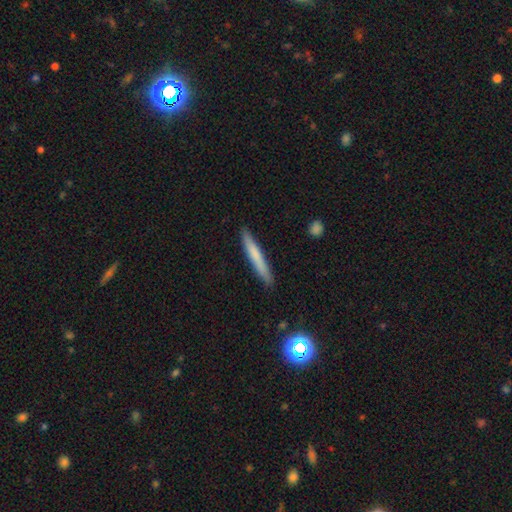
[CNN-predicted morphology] Q: Smooth or featured?
A: smooth (67%); runner-up: featured or disk (26%)
Q: How rounded?
A: cigar-shaped (95%); runner-up: in between (3%)
Q: Merging?
A: none (89%); runner-up: minor disturbance (8%)